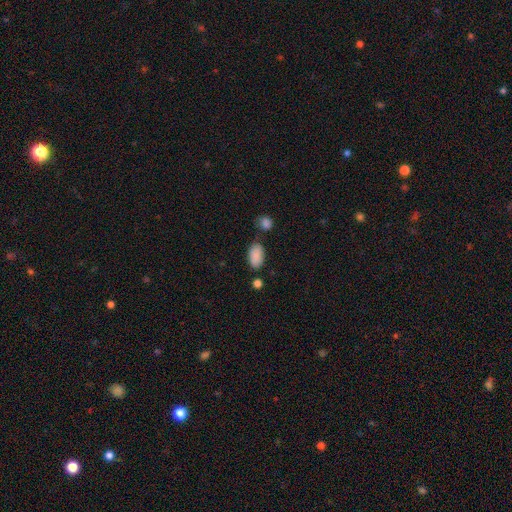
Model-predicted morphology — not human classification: Smooth or featured? Predicted: smooth (p=0.88). How rounded? Predicted: in between (p=0.94). Merging? Predicted: none (p=0.69).